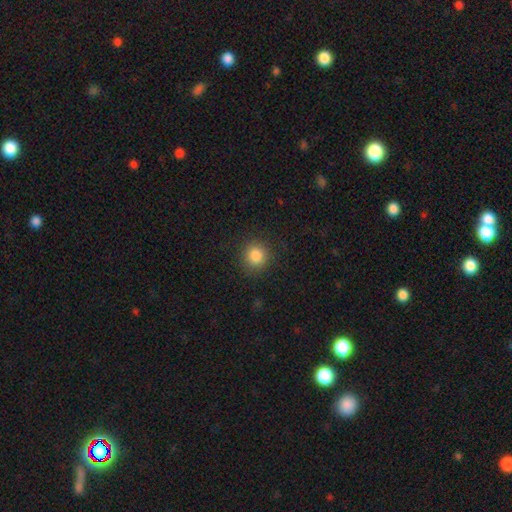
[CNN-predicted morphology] smooth_or_featured: smooth (p=0.84) [alt: star or artifact p=0.11]
how_rounded: round (p=0.91) [alt: in between p=0.08]
merging: none (p=0.89) [alt: minor disturbance p=0.07]